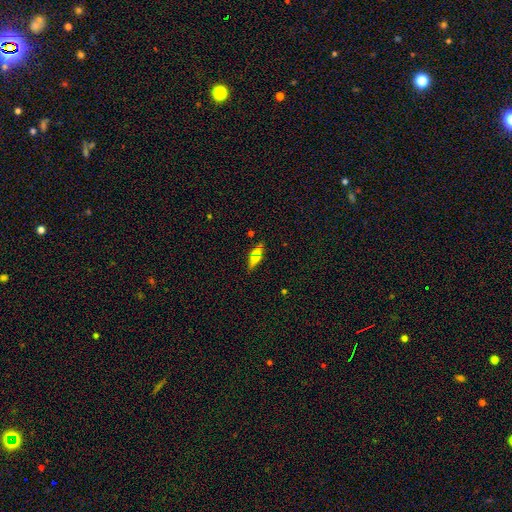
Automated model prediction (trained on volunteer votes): This is possibly a smooth galaxy (53%). How rounded: possibly cigar-shaped (54%). Merging: likely none (77%).